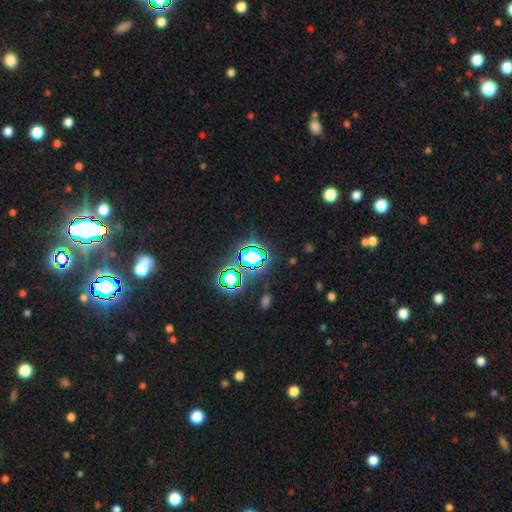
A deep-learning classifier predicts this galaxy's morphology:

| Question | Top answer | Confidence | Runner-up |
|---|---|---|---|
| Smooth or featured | star or artifact | 76% | smooth (15%) |